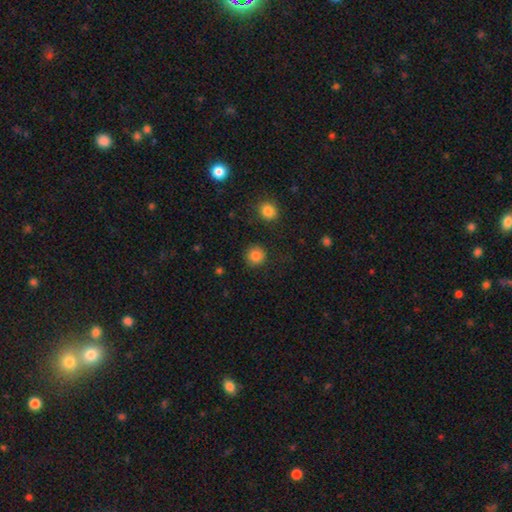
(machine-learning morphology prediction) smooth_or_featured: smooth (p=0.86) [alt: star or artifact p=0.10]
how_rounded: round (p=0.93) [alt: in between p=0.06]
merging: none (p=0.88) [alt: minor disturbance p=0.07]